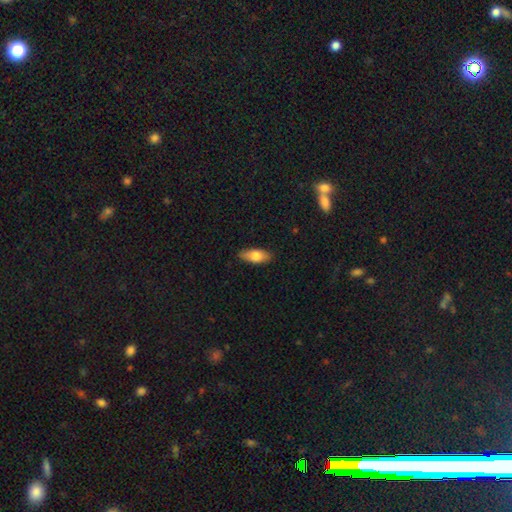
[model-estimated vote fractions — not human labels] This is likely a smooth galaxy (76%). How rounded: clearly in between (82%). Merging: clearly none (87%).